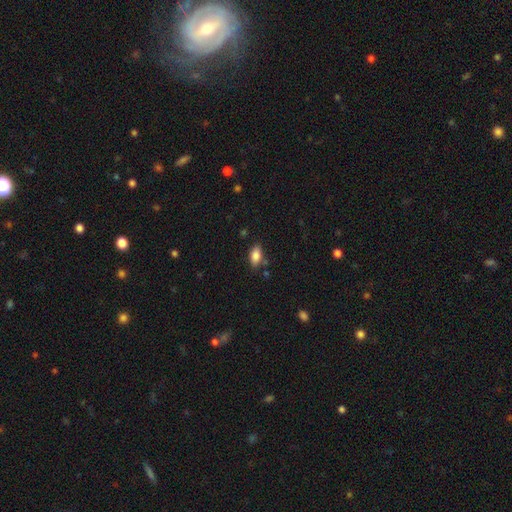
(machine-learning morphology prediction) This appears to be a smooth galaxy with no disk features (84%) that is in between round and cigar-shaped (90%). Merging: none (77%).